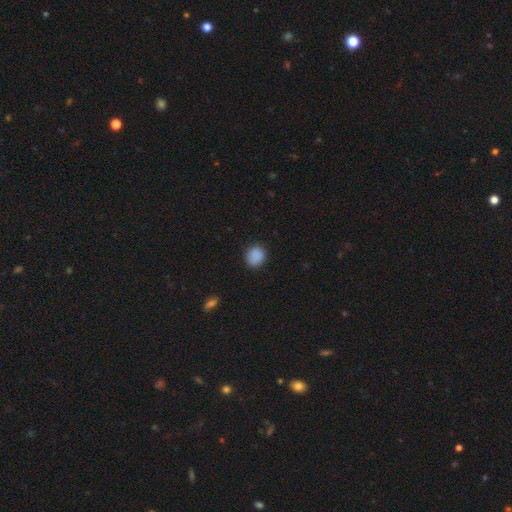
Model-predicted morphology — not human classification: The model was most divided on "how rounded": round: 70%, in between: 29%, cigar-shaped: 1%. More confident: smooth or featured — smooth (88%); merging — none (88%).